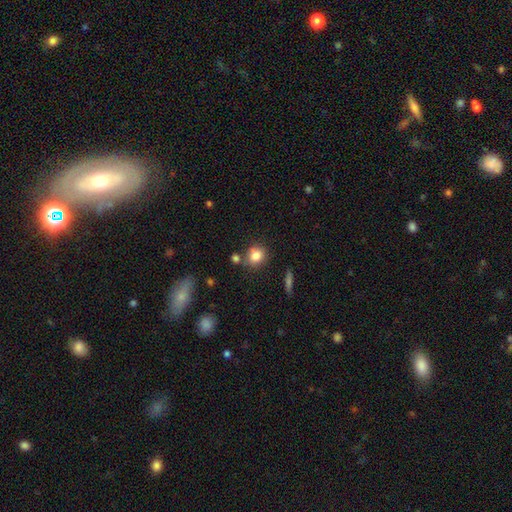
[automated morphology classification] Overall: smooth (82%). How rounded: round (70%). Merging: none (72%).